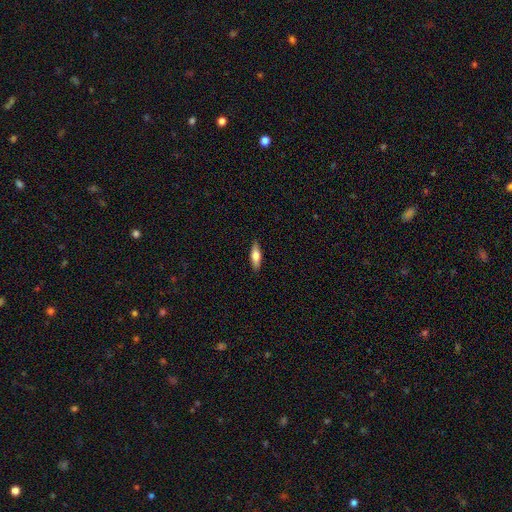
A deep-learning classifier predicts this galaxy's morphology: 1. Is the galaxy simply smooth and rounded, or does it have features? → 66% smooth, 28% featured or disk, 6% star or artifact.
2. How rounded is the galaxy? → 54% in between, 44% cigar-shaped, 2% round.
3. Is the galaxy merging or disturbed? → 88% none, 9% minor disturbance, 2% major disturbance, 1% merger.